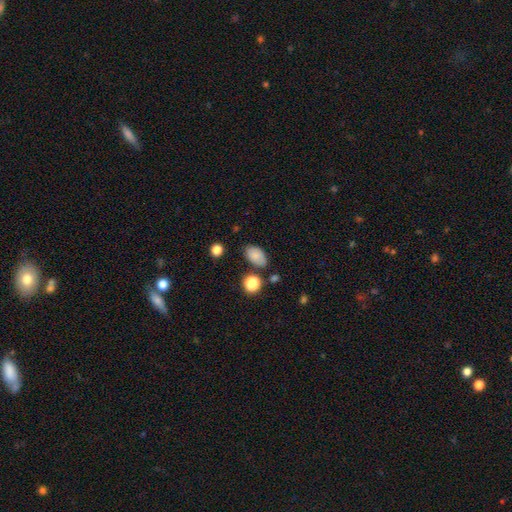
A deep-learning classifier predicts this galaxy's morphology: A smooth galaxy with no disk features (83%) that is in between round and cigar-shaped (90%).

Vote fractions:
- Smooth or featured? smooth: 83% / star or artifact: 10% / featured or disk: 8%
- How rounded? in between: 90% / round: 8% / cigar-shaped: 1%
- Merging? none: 74% / minor disturbance: 16% / merger: 5% / major disturbance: 4%